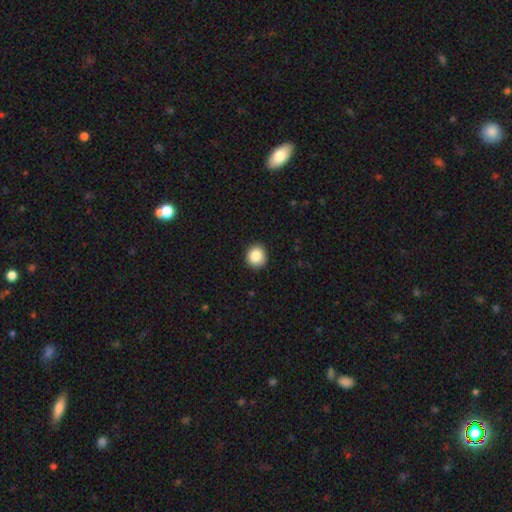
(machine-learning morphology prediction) This is clearly a smooth galaxy (86%). How rounded: clearly round (87%). Merging: clearly none (90%).